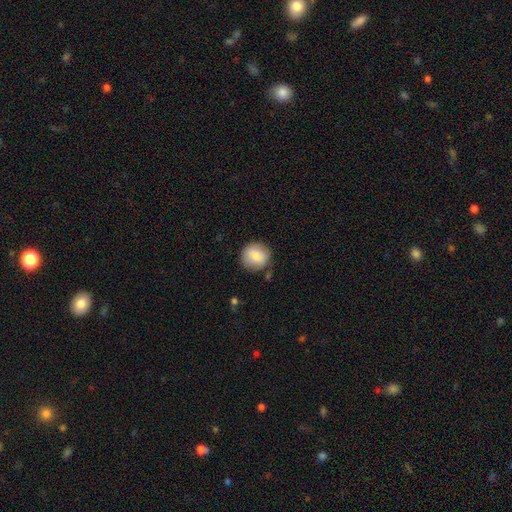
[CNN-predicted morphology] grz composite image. It shows a smooth galaxy with no disk features (81%) that is round (90%). Merging: none (79%).